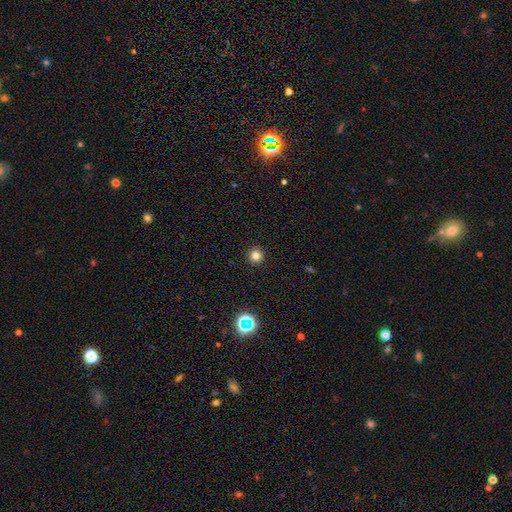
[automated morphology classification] type=smooth (79%); roundness=round (95%); merging=none (93%).